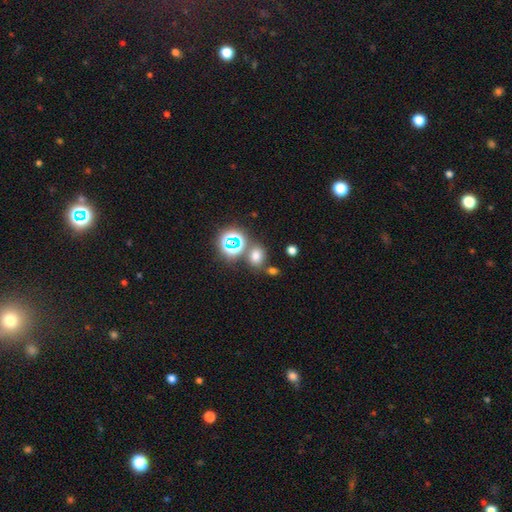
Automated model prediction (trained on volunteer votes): Overall: smooth (66%; star or artifact 27%). How rounded: in between (50%; round 49%). Merging: none (71%).